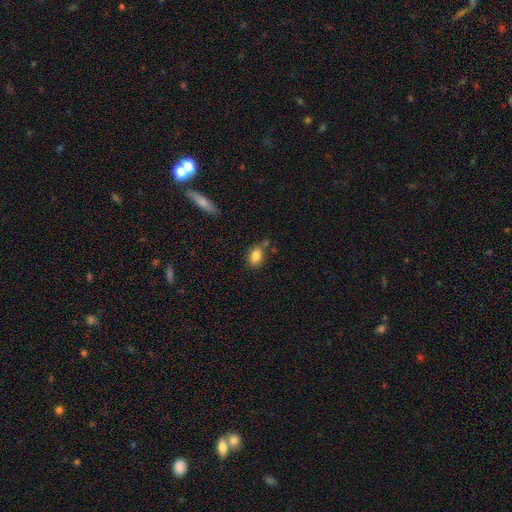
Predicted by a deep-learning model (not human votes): The model was most divided on "merging": none: 66%, minor disturbance: 20%, merger: 9%, major disturbance: 5%. More confident: how rounded — in between (84%); smooth or featured — smooth (83%).